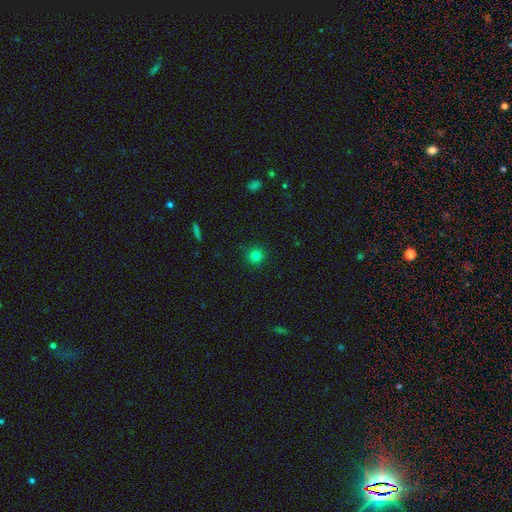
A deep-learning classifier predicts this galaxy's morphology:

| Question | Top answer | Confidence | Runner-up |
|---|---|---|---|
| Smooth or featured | smooth | 80% | star or artifact (15%) |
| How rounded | round | 95% | in between (4%) |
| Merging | none | 92% | minor disturbance (5%) |